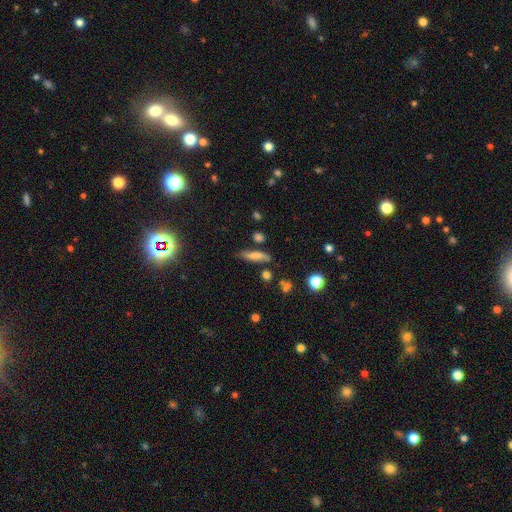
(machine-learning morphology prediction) A smooth galaxy with no disk features (69%) that is cigar-shaped (66%). Merging: none (68%).